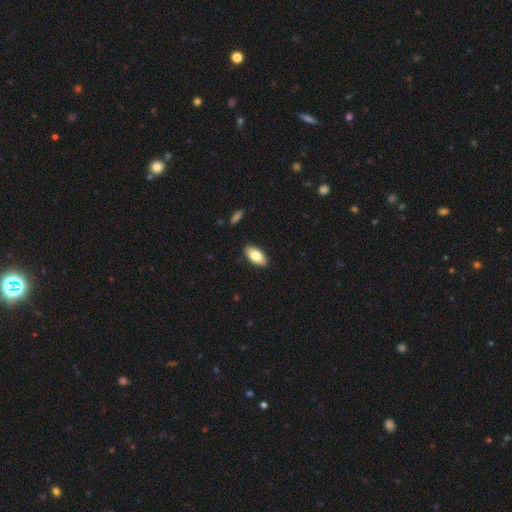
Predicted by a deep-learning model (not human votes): This appears to be a smooth galaxy with no disk features (79%) that is in between round and cigar-shaped (92%). Merging: none (89%).